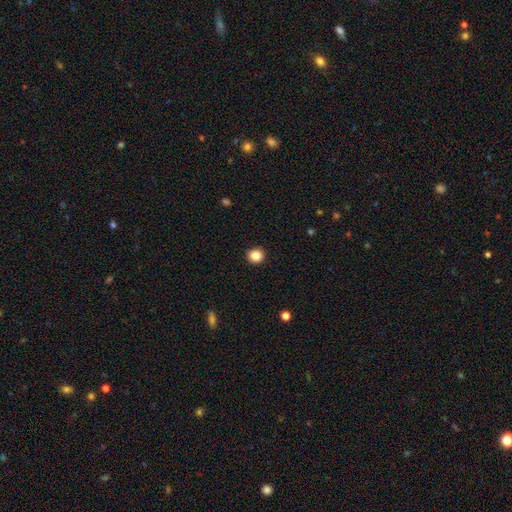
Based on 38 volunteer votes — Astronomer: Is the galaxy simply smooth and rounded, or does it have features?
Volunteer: smooth — 87%.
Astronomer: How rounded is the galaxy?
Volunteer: round — 94%.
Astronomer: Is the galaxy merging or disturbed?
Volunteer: none — 100%.